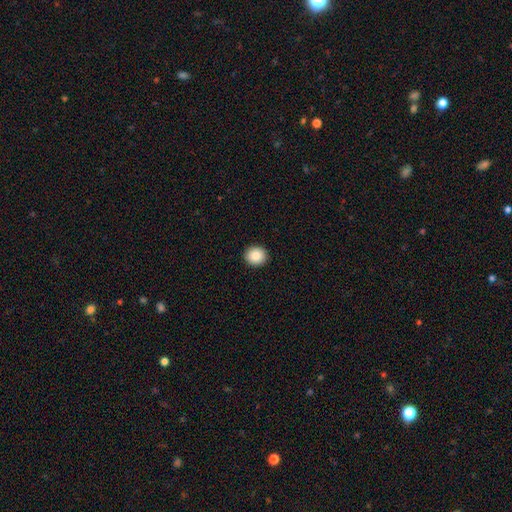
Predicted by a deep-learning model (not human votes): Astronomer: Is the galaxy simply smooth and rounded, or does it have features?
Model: smooth — 88%.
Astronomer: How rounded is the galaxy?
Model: round — 88%.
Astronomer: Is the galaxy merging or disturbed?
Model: none — 93%.